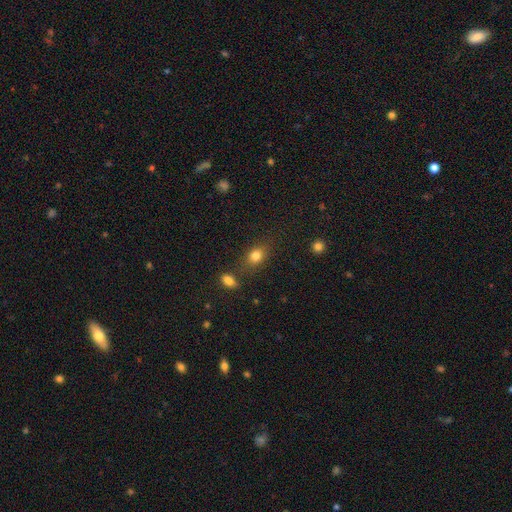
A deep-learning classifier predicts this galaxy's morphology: This appears to be a smooth galaxy with no disk features (81%) that is in between round and cigar-shaped (58%). Merging: none (73%).